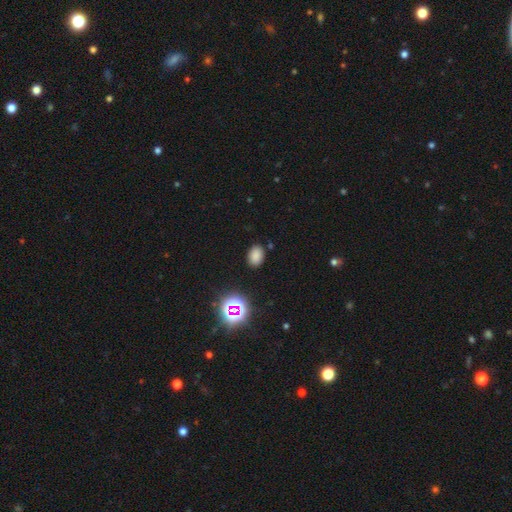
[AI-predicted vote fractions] A smooth galaxy with no disk features (78%) that is in between round and cigar-shaped (79%). Merging: none (86%).